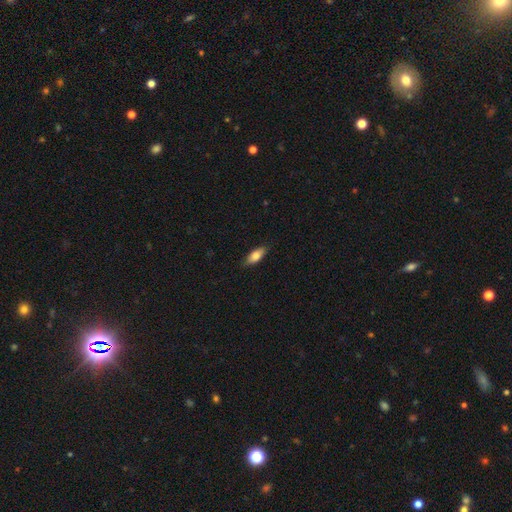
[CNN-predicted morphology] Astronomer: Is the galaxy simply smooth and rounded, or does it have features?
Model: smooth — 77%.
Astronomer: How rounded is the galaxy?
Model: in between — 77%.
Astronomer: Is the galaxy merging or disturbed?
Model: none — 85%.